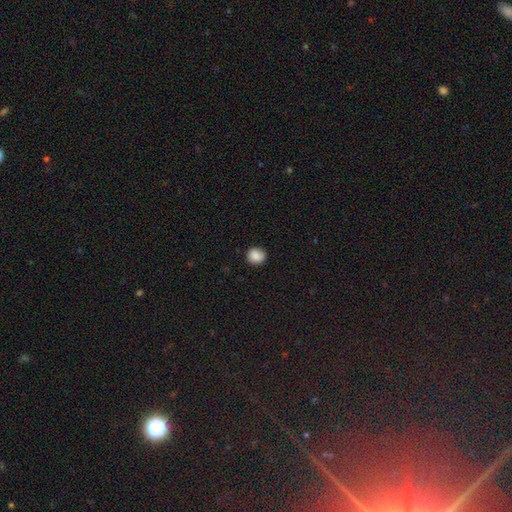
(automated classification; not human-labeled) Morphology: type=smooth (87%); roundness=round (82%); merging=none (86%).